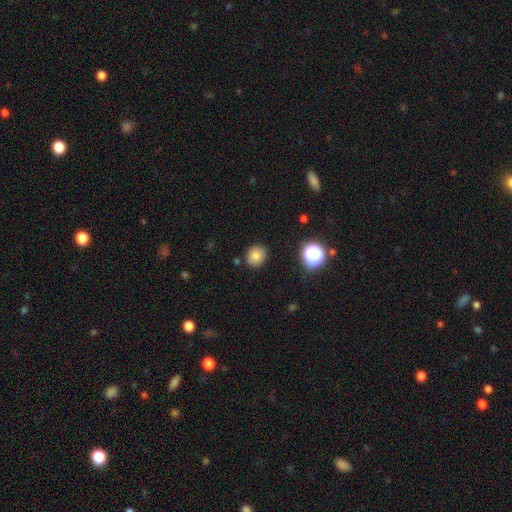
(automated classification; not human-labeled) Smooth or featured: smooth — 80% (star or artifact — 13%)
How rounded: round — 75% (in between — 24%)
Merging: none — 86% (minor disturbance — 9%)